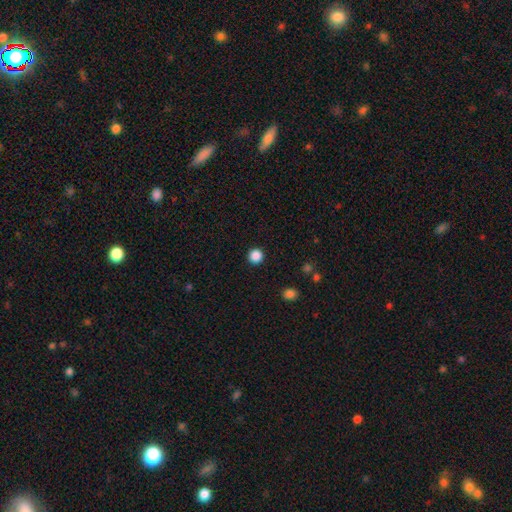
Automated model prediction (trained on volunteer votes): smooth-or-featured: smooth: 87% | star or artifact: 10% | featured or disk: 2%
  how-rounded: round: 96% | in between: 3% | cigar-shaped: 1%
  merging: none: 93% | minor disturbance: 4% | major disturbance: 2% | merger: 1%